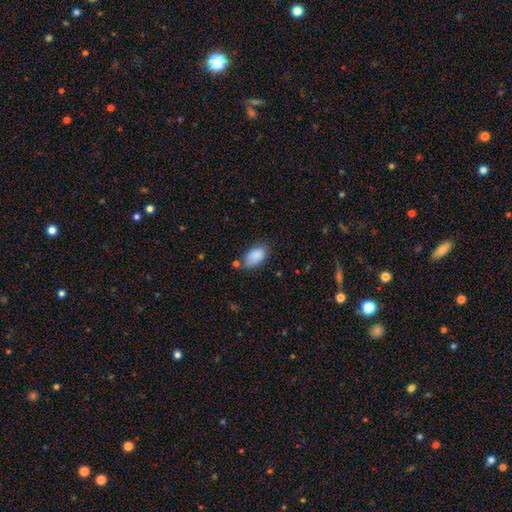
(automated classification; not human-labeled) smooth-or-featured: smooth: 88% | star or artifact: 7% | featured or disk: 5%
  how-rounded: in between: 93% | round: 6% | cigar-shaped: 2%
  merging: none: 70% | minor disturbance: 21% | merger: 5% | major disturbance: 5%